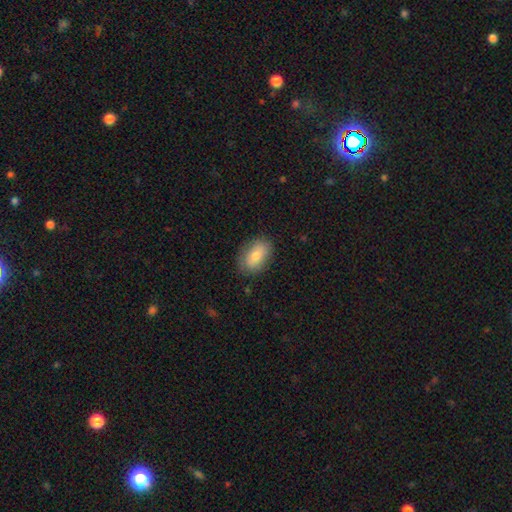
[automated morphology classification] This appears to be a smooth galaxy with no disk features (76%) that is in between round and cigar-shaped (88%). Merging: none (82%).